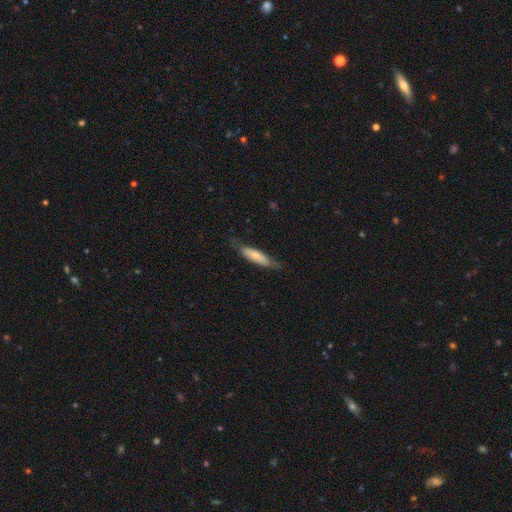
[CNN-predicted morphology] Smooth or featured: smooth — 65% (featured or disk — 29%)
How rounded: cigar-shaped — 64% (in between — 34%)
Merging: none — 70% (minor disturbance — 23%)